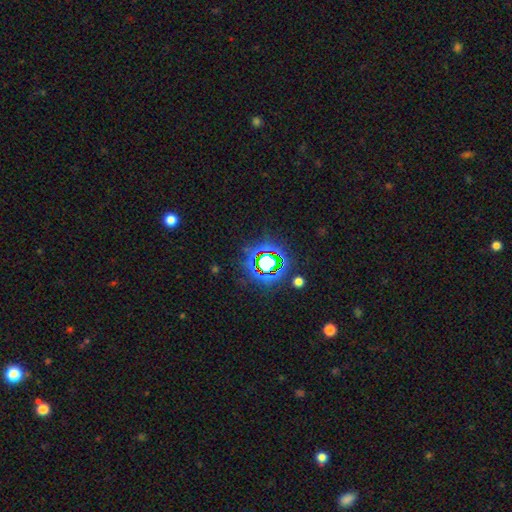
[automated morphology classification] The model was most divided on "smooth or featured": star or artifact: 81%, smooth: 11%, featured or disk: 8%.